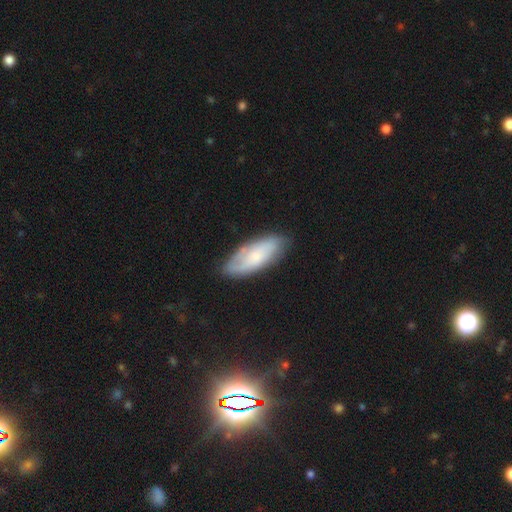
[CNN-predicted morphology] Overall: smooth (53%; featured or disk 40%). How rounded: in between (77%). Merging: none (73%).